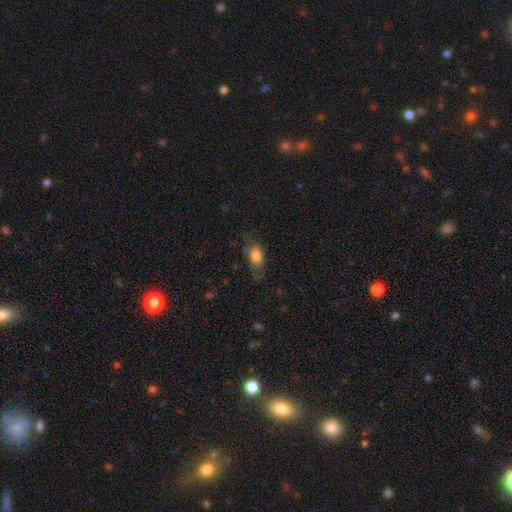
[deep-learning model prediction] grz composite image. It shows a smooth galaxy with no disk features (79%) that is in between round and cigar-shaped (86%). Merging: none (58%).